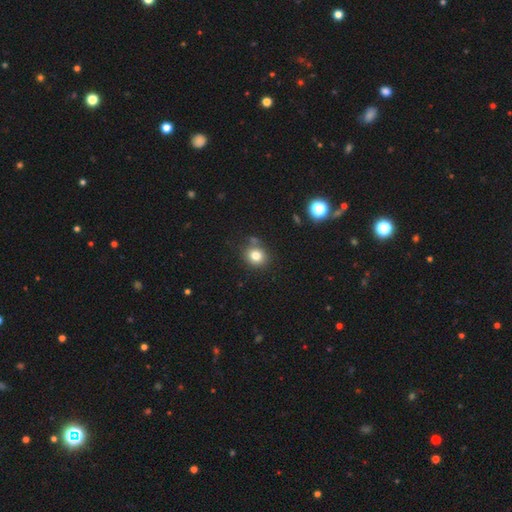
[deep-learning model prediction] smooth-or-featured: smooth: 79% | star or artifact: 13% | featured or disk: 8%
  how-rounded: round: 74% | in between: 25% | cigar-shaped: 1%
  merging: none: 75% | minor disturbance: 13% | merger: 8% | major disturbance: 4%